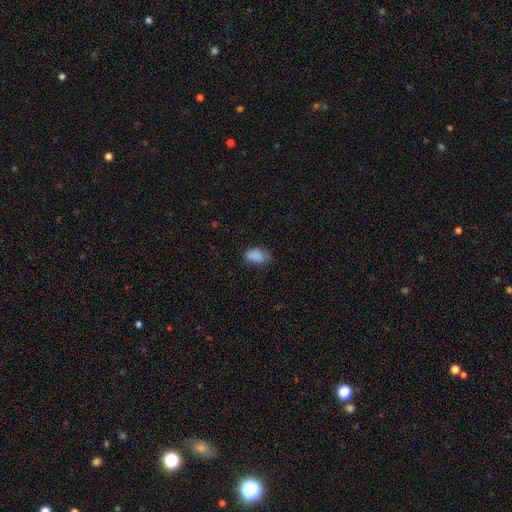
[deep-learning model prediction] smooth-or-featured: smooth: 87% | star or artifact: 9% | featured or disk: 5%
  how-rounded: in between: 90% | round: 8% | cigar-shaped: 2%
  merging: none: 70% | minor disturbance: 24% | major disturbance: 5% | merger: 1%